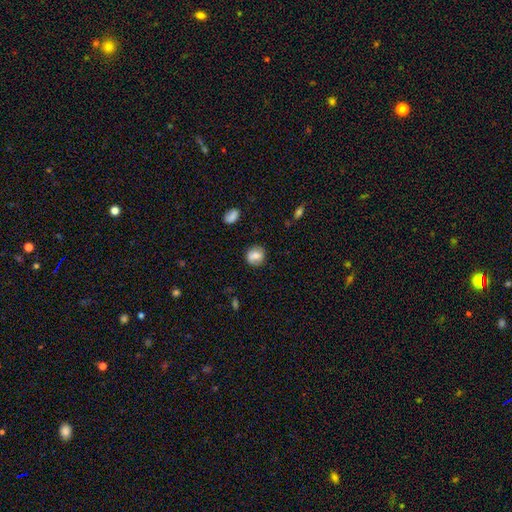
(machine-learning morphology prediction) Smooth or featured?
  - smooth: 68% *
  - featured or disk: 23%
  - star or artifact: 9%
How rounded?
  - round: 79% *
  - in between: 20%
  - cigar-shaped: 1%
Merging?
  - none: 80% *
  - minor disturbance: 14%
  - major disturbance: 4%
  - merger: 3%